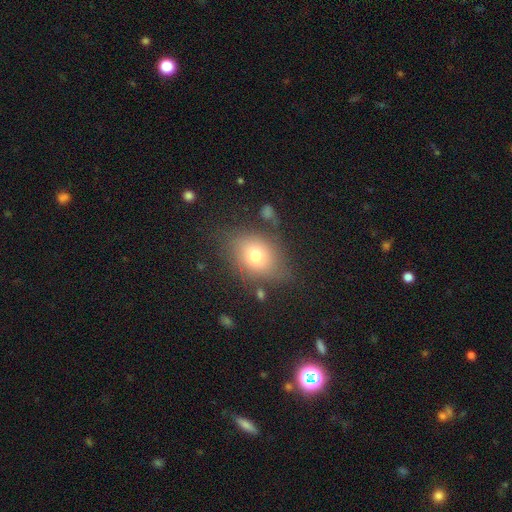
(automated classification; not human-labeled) This is likely a smooth galaxy (72%). How rounded: likely in between (61%). Merging: likely none (67%).